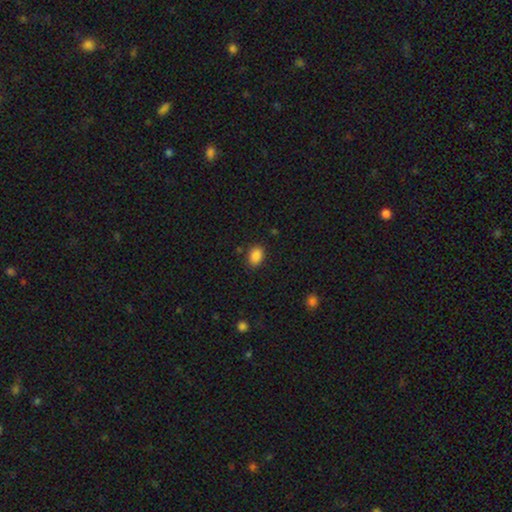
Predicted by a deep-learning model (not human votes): Morphology: type=smooth (88%); roundness=in between (79%); merging=none (85%).